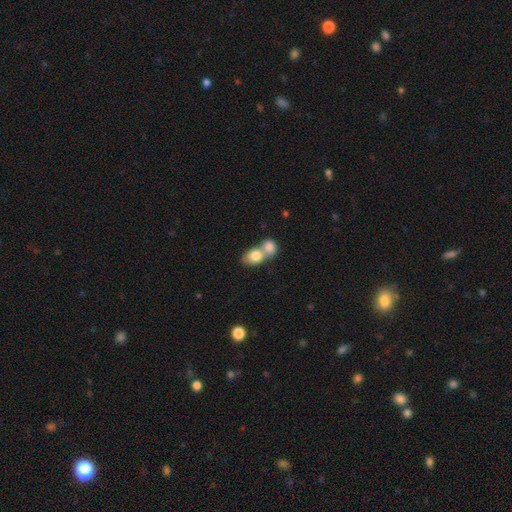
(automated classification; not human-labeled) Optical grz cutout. It shows a smooth galaxy with no disk features (80%) that is in between round and cigar-shaped (56%). Merging: merger (70%).